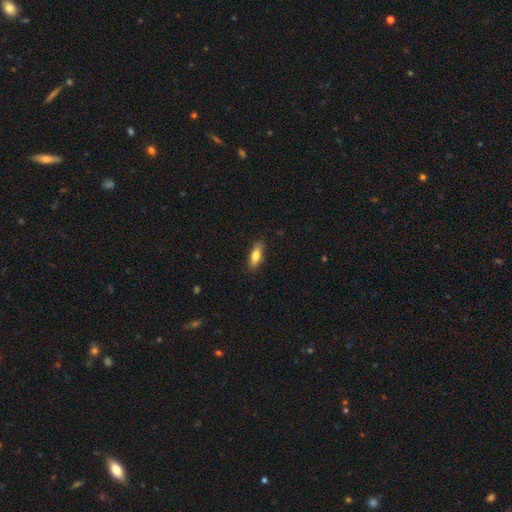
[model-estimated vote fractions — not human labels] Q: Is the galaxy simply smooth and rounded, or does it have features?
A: smooth — 77%.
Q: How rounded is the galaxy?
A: in between — 64%.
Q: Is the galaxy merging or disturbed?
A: none — 86%.